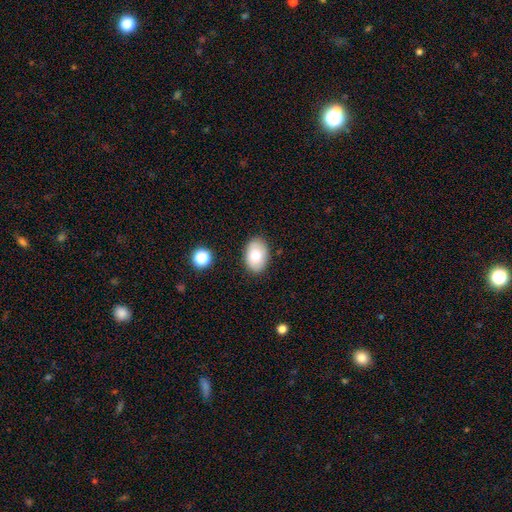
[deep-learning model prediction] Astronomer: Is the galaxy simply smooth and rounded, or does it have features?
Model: smooth — 75%.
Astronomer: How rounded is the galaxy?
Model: in between — 83%.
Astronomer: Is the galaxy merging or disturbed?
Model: none — 85%.